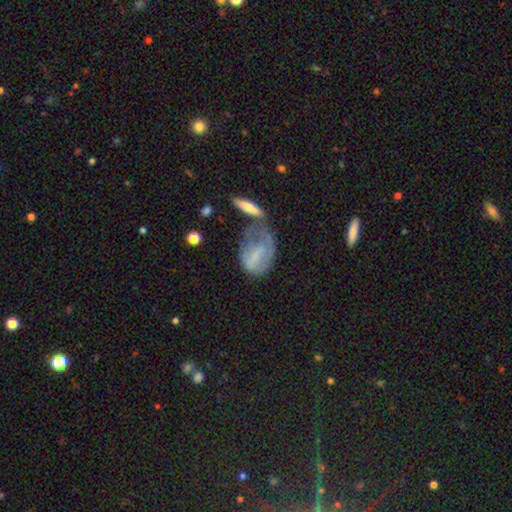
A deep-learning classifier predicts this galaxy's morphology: smooth 50%, featured or disk 40%, star or artifact 9%. Down the decision tree: how rounded — in between (81%); merging — major disturbance (33%).